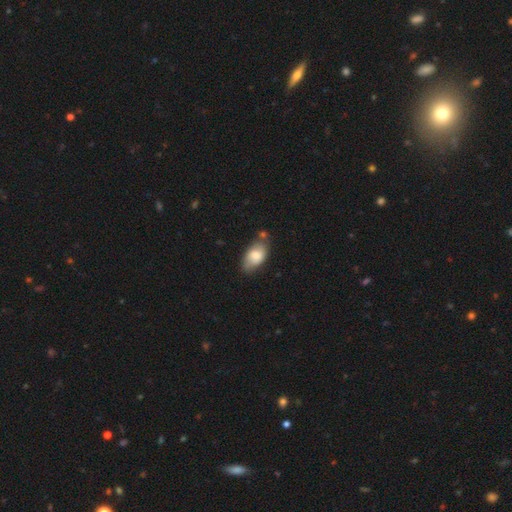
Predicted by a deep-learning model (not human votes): The model was most divided on "merging": none: 60%, minor disturbance: 25%, merger: 9%, major disturbance: 5%. More confident: how rounded — in between (92%); smooth or featured — smooth (73%).